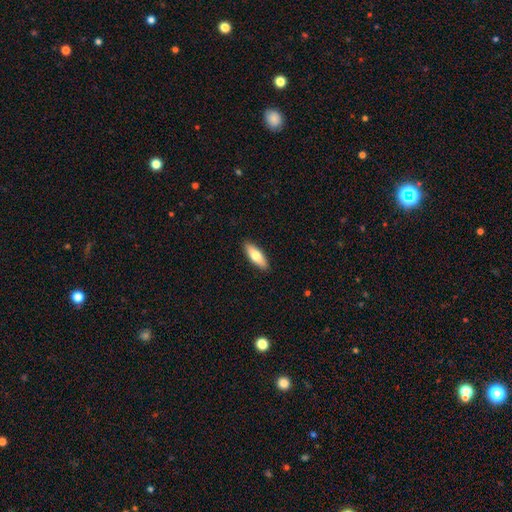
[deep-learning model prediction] This appears to be a smooth galaxy with no disk features (70%) that is in between round and cigar-shaped (61%). Merging: none (90%).